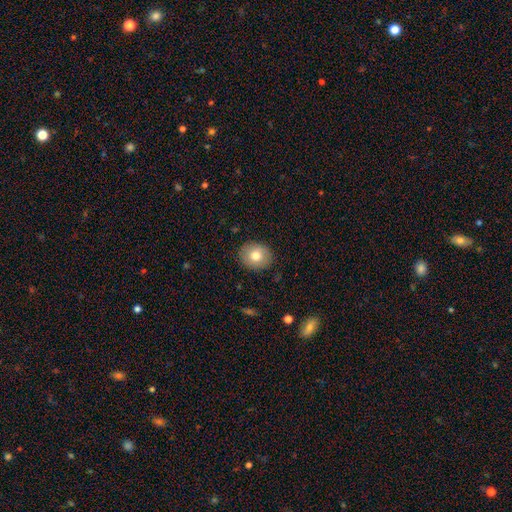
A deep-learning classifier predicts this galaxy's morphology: smooth-or-featured: smooth: 77% | featured or disk: 15% | star or artifact: 8%
  how-rounded: round: 66% | in between: 33% | cigar-shaped: 1%
  merging: none: 88% | minor disturbance: 8% | major disturbance: 2% | merger: 1%